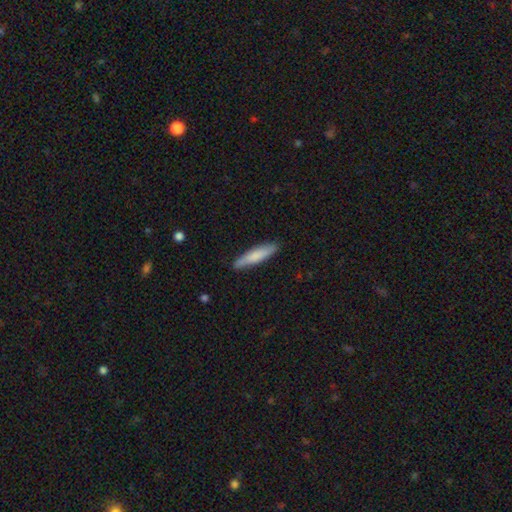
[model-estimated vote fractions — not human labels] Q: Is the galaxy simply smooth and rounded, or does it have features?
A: smooth — 75%.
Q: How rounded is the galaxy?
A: cigar-shaped — 86%.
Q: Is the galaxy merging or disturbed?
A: none — 87%.